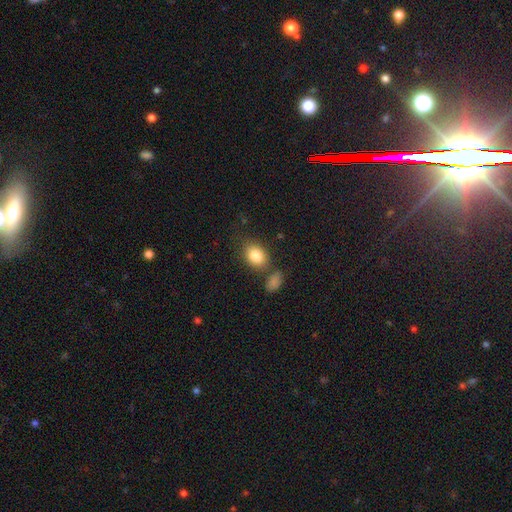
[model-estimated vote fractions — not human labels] Morphology: type=smooth (84%); roundness=in between (65%); merging=none (68%).